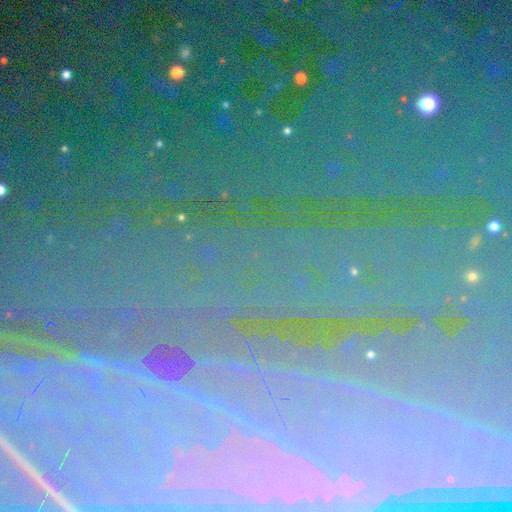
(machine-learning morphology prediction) smooth-or-featured: star or artifact: 76% | featured or disk: 13% | smooth: 11%